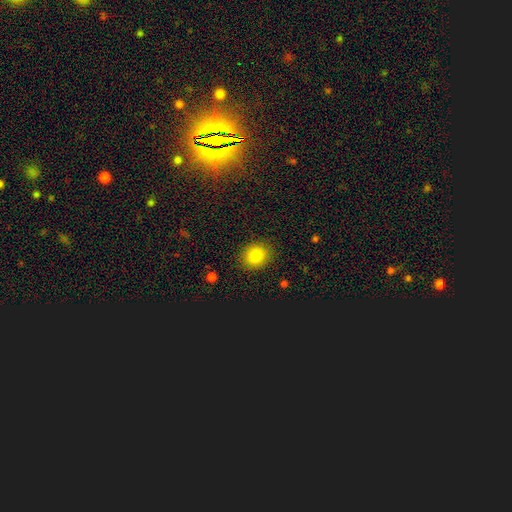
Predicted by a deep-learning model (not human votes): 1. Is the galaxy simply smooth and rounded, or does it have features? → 83% smooth, 12% star or artifact, 5% featured or disk.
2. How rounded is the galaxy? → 67% round, 32% in between, 1% cigar-shaped.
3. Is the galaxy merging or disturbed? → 88% none, 8% minor disturbance, 3% major disturbance, 1% merger.